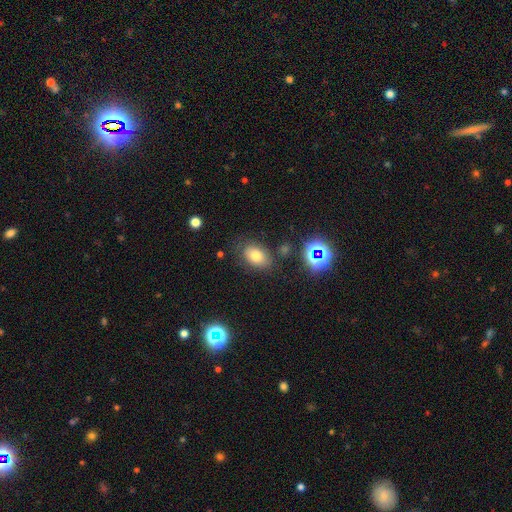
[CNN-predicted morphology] The model was most divided on "smooth or featured": smooth: 72%, star or artifact: 16%, featured or disk: 13%. More confident: how rounded — in between (82%); merging — none (76%).